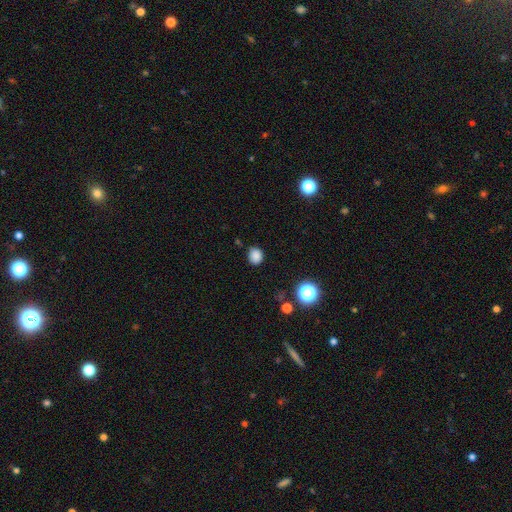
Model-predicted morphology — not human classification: Smooth or featured? Predicted: smooth (p=0.84). How rounded? Predicted: round (p=0.65). Merging? Predicted: none (p=0.82).